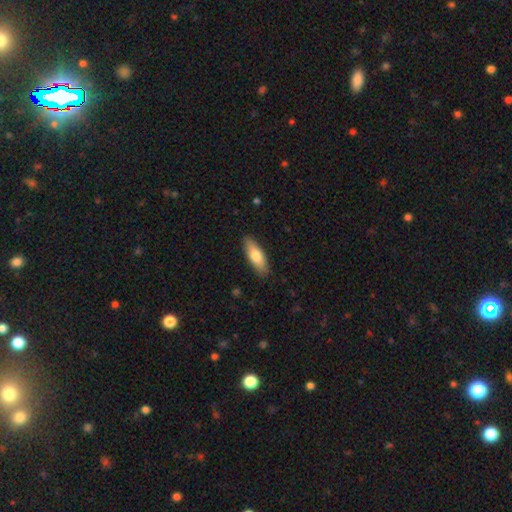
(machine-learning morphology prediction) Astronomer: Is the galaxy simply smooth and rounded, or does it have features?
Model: smooth — 74%.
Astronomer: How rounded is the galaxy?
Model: in between — 61% (runner-up: cigar-shaped, 37%).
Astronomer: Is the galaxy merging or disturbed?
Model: none — 87%.